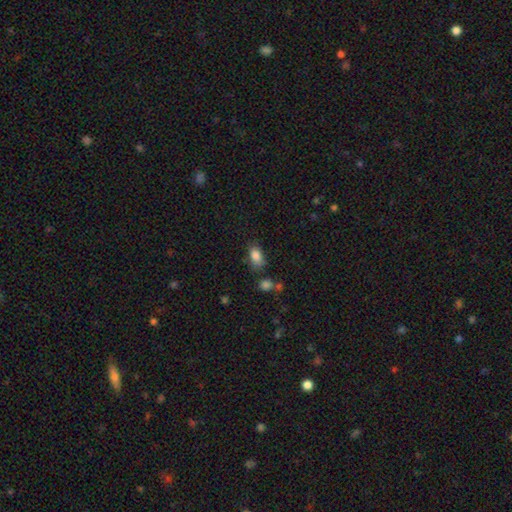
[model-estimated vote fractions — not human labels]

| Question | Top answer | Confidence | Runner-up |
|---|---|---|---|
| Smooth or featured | smooth | 84% | star or artifact (9%) |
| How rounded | in between | 88% | round (9%) |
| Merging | none | 67% | minor disturbance (21%) |